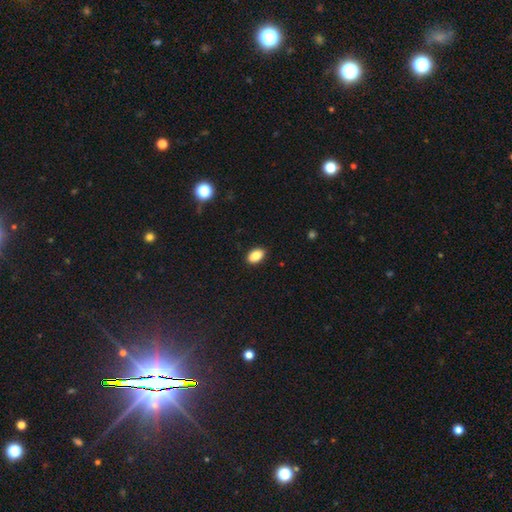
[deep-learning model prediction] smooth 88%, star or artifact 8%, featured or disk 4%. Down the decision tree: how rounded — in between (91%); merging — none (89%).